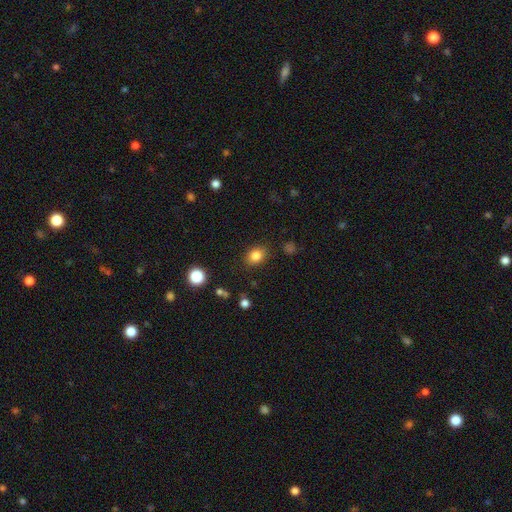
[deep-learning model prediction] smooth 83%, star or artifact 11%, featured or disk 6%. Down the decision tree: how rounded — in between (51%); merging — none (84%).